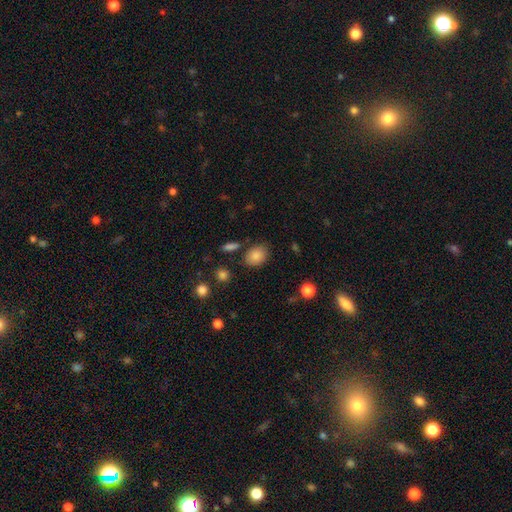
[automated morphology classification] This is clearly a smooth galaxy (86%). How rounded: likely in between (65%). Merging: likely none (77%).